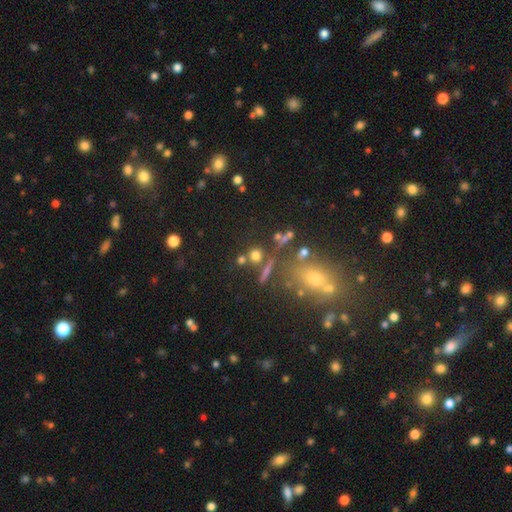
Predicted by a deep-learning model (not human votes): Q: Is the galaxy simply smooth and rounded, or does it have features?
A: smooth — 67%.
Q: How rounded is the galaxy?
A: round — 84%.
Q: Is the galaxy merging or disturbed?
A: none — 68%.